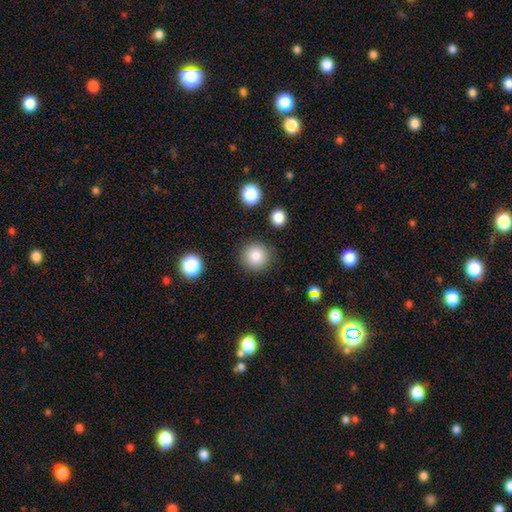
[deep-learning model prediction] Smooth or featured: smooth — 85% (star or artifact — 9%)
How rounded: round — 94% (in between — 5%)
Merging: none — 87% (minor disturbance — 7%)